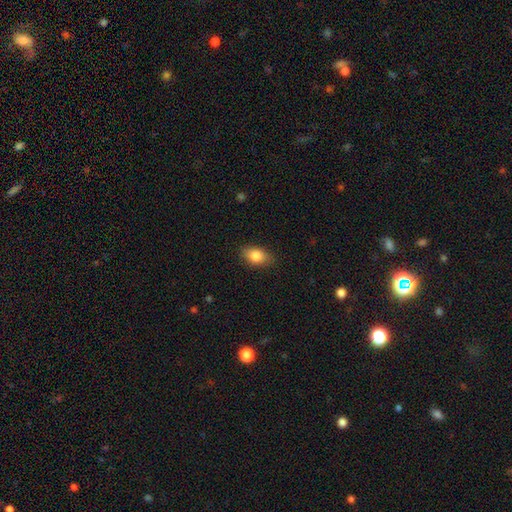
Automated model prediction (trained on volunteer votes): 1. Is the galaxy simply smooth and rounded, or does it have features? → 83% smooth, 10% featured or disk, 8% star or artifact.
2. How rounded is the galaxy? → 85% in between, 11% round, 3% cigar-shaped.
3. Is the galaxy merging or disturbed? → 84% none, 13% minor disturbance, 3% major disturbance, 1% merger.